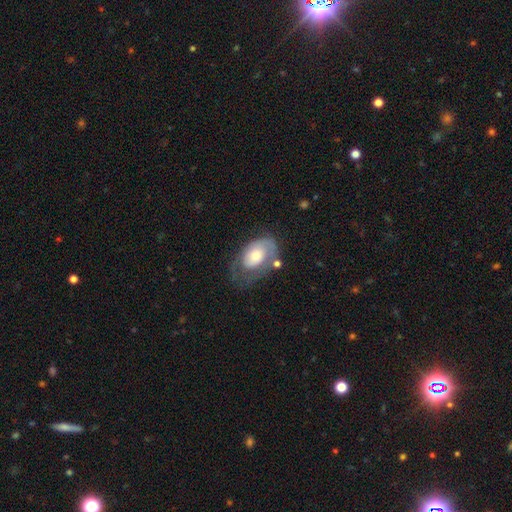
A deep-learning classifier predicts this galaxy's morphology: Smooth or featured? Predicted: featured or disk (p=0.49). Merging? Predicted: none (p=0.37).